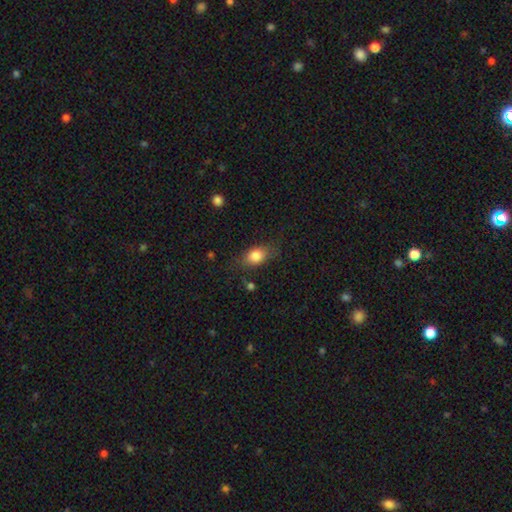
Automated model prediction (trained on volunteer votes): smooth_or_featured: smooth (p=0.82) [alt: featured or disk p=0.10]
how_rounded: in between (p=0.76) [alt: round p=0.20]
merging: none (p=0.72) [alt: minor disturbance p=0.19]